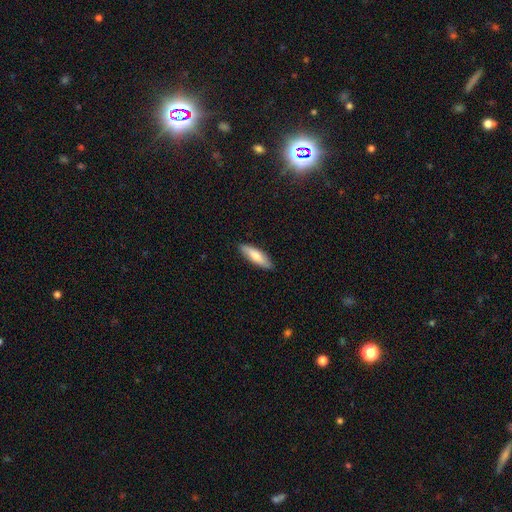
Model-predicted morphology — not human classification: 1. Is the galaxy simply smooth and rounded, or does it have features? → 74% smooth, 20% featured or disk, 5% star or artifact.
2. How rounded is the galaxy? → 56% cigar-shaped, 42% in between, 2% round.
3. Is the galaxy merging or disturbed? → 87% none, 10% minor disturbance, 2% major disturbance, 1% merger.